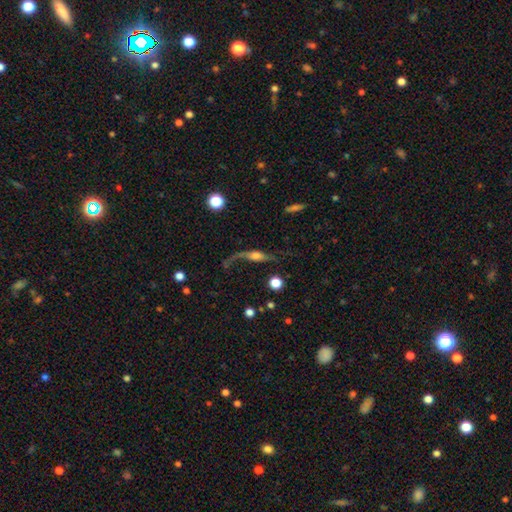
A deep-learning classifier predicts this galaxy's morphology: type=featured or disk (62%); edge-on=no (61%); merging=none (38%).